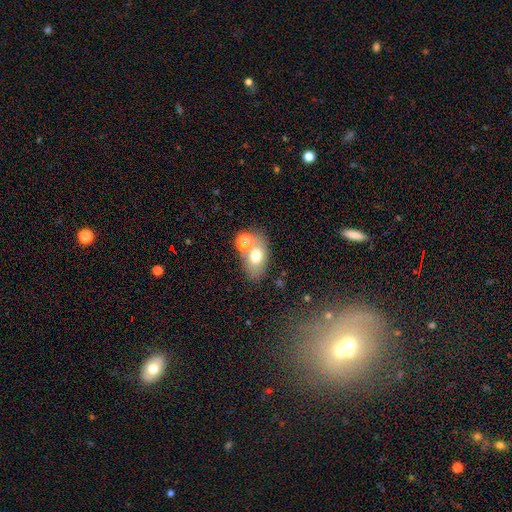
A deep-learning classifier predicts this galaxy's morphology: Smooth or featured? smooth (66%)
How rounded? in between (83%)
Merging? none (58%)